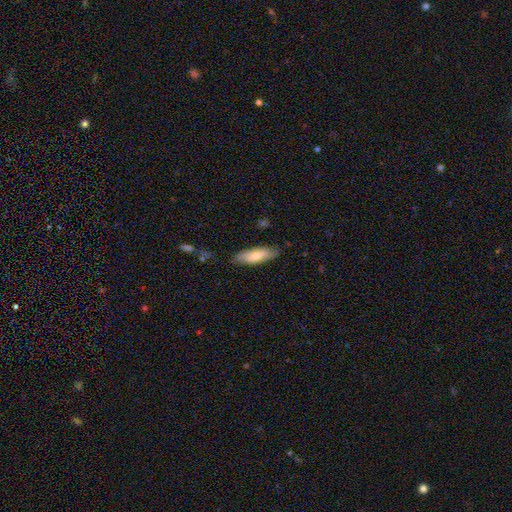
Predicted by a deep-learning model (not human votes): Morphology: type=smooth (64%); roundness=in between (61%); merging=none (81%).